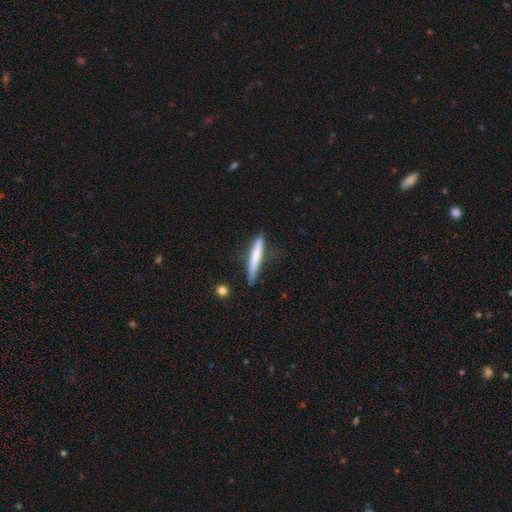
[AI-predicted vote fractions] smooth-or-featured: smooth: 69% | featured or disk: 25% | star or artifact: 5%
  how-rounded: cigar-shaped: 93% | in between: 5% | round: 1%
  merging: none: 78% | minor disturbance: 17% | major disturbance: 3% | merger: 2%